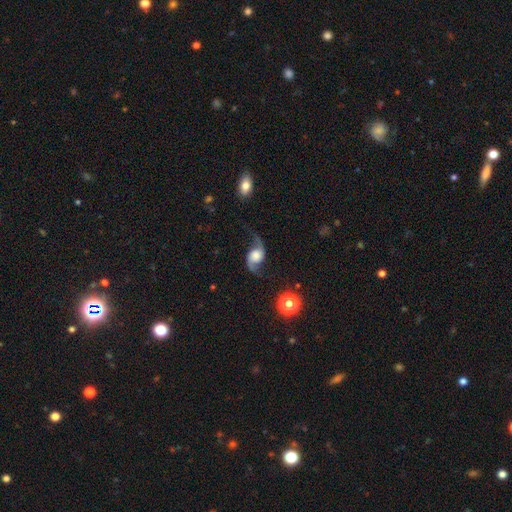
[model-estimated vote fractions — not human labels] Morphology: type=featured or disk (82%); edge-on=no (96%); bar=no (66%); spiral arms=yes (96%); winding=loose (83%); arm count=2 (93%); bulge=large (38%); merging=none (70%).